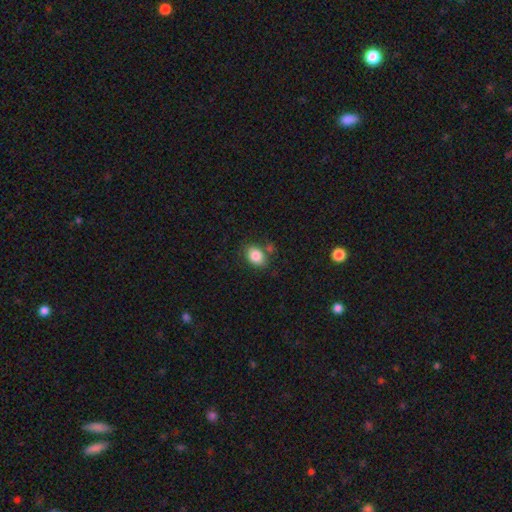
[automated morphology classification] Q: Smooth or featured?
A: smooth (85%); runner-up: star or artifact (8%)
Q: How rounded?
A: in between (73%); runner-up: round (26%)
Q: Merging?
A: none (72%); runner-up: minor disturbance (16%)